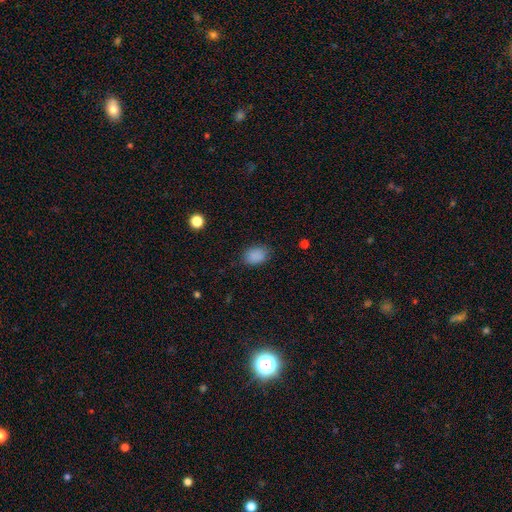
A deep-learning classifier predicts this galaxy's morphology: Q: Smooth or featured?
A: smooth (87%); runner-up: star or artifact (10%)
Q: How rounded?
A: in between (77%); runner-up: round (22%)
Q: Merging?
A: none (80%); runner-up: minor disturbance (15%)